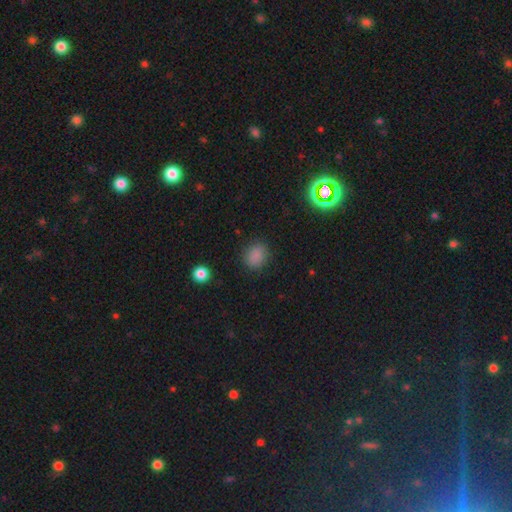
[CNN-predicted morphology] type=smooth (84%); roundness=round (64%); merging=none (85%).